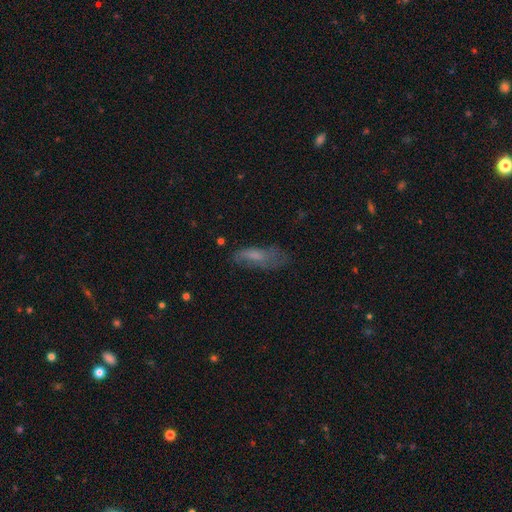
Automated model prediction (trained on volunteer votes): Q: Smooth or featured?
A: smooth (58%); runner-up: featured or disk (33%)
Q: How rounded?
A: in between (60%); runner-up: cigar-shaped (38%)
Q: Merging?
A: none (52%); runner-up: minor disturbance (28%)